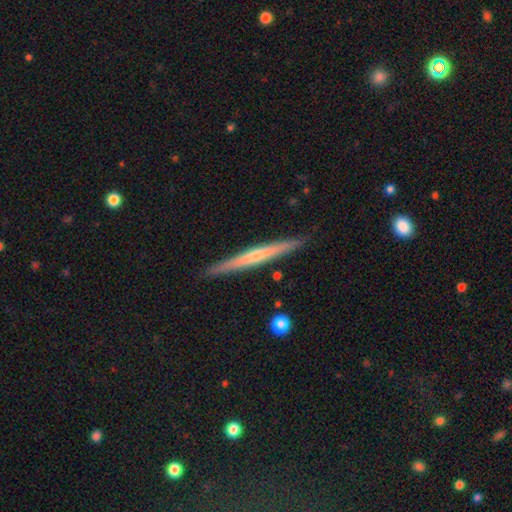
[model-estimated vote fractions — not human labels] featured or disk 60%, smooth 35%, star or artifact 6%. Down the decision tree: edge-on disk — yes (97%); edge-on bulge — none (52%); merging — none (90%).